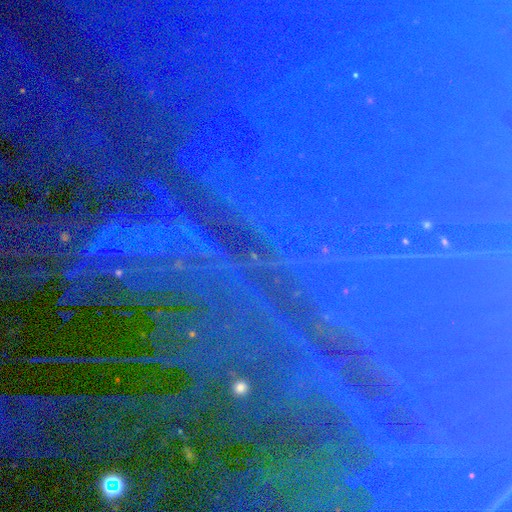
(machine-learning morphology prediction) smooth_or_featured: star or artifact (p=0.87) [alt: featured or disk p=0.07]